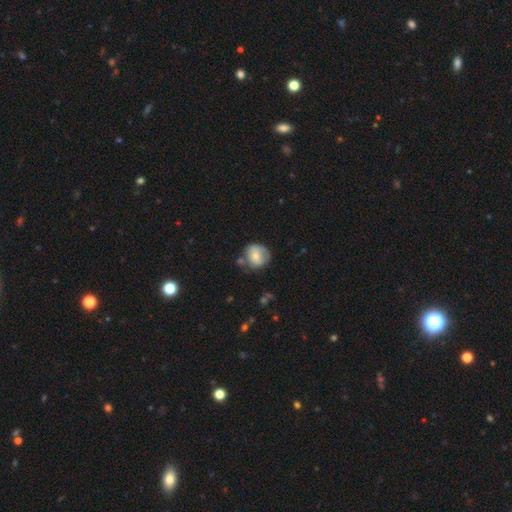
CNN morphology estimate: The model was most divided on "merging": none: 57%, minor disturbance: 27%, merger: 8%, major disturbance: 8%. More confident: how rounded — round (80%); smooth or featured — smooth (66%).